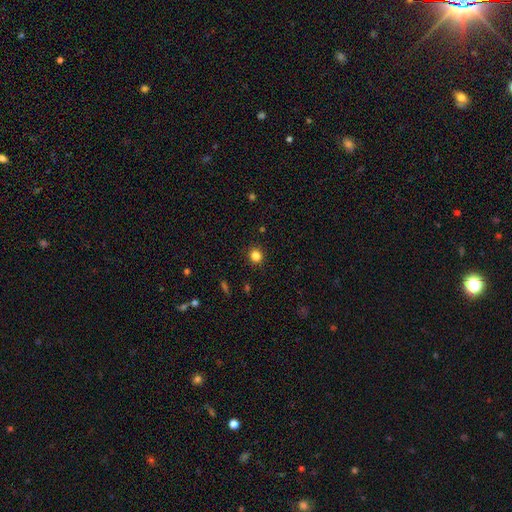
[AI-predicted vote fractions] Q: Smooth or featured?
A: smooth (83%); runner-up: star or artifact (13%)
Q: How rounded?
A: round (83%); runner-up: in between (16%)
Q: Merging?
A: none (91%); runner-up: minor disturbance (6%)